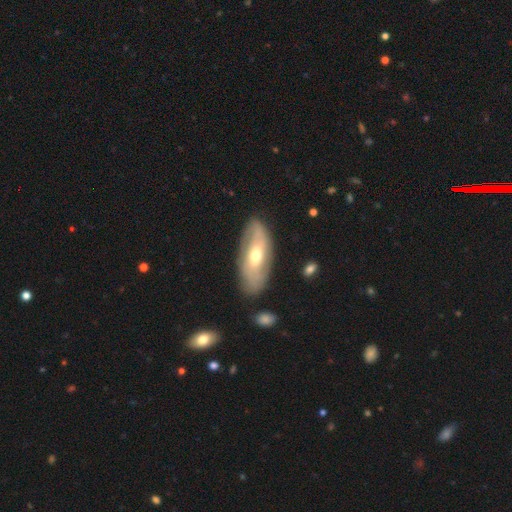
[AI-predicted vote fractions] Smooth or featured? Predicted: featured or disk (p=0.61). Edge-on disk? Predicted: no (p=0.83). Bar? Predicted: no (p=0.51). Spiral arms? Predicted: yes (p=0.66). Bulge size? Predicted: moderate (p=0.61). Merging? Predicted: none (p=0.79).